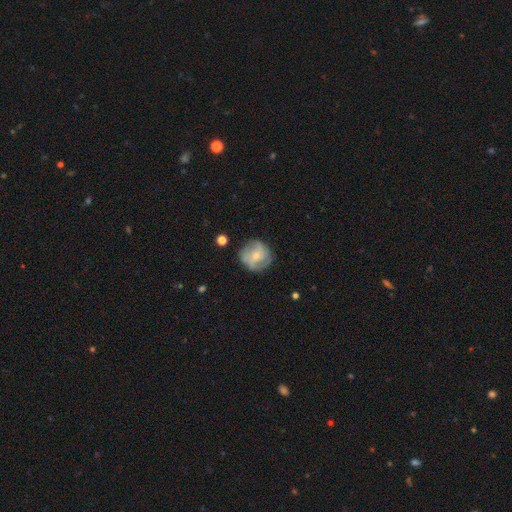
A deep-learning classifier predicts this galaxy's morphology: A featured or disk galaxy (55%) with no bar (68%), spiral arms (72%) and a small central bulge (67%). Merging: none (72%).